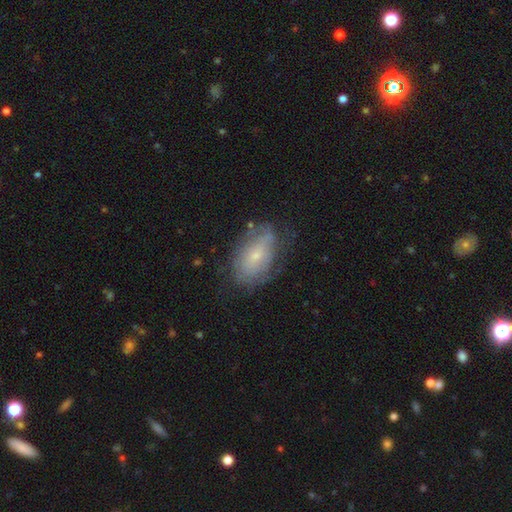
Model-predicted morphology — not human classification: A featured or disk galaxy (46%, tied with smooth).

Vote fractions:
- Smooth or featured? featured or disk: 46% (tied) / smooth: 46% (tied) / star or artifact: 9%
- Merging? none: 62% / minor disturbance: 25% / major disturbance: 11% / merger: 2%